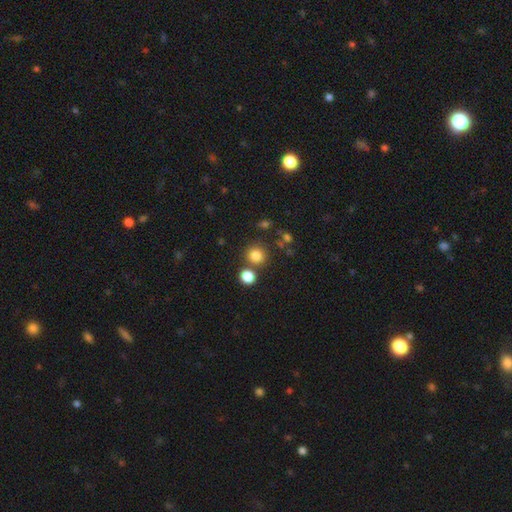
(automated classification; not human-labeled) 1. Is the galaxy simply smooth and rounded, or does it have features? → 81% smooth, 13% star or artifact, 5% featured or disk.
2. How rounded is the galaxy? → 89% round, 10% in between, 1% cigar-shaped.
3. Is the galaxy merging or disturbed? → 75% none, 13% merger, 8% minor disturbance, 3% major disturbance.